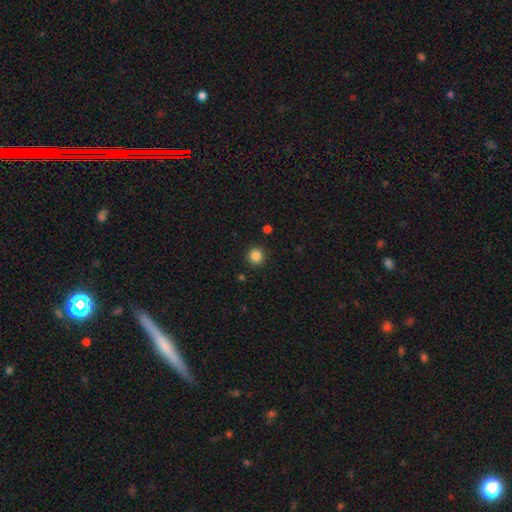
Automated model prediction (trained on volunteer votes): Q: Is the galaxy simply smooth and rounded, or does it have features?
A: smooth — 85%.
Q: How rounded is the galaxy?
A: round — 94%.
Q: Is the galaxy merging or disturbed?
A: none — 91%.